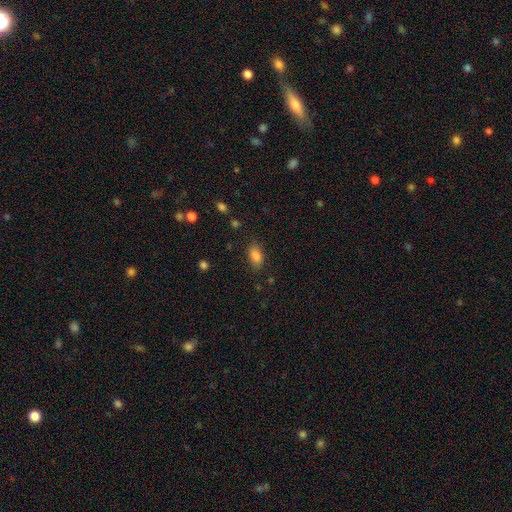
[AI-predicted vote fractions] This appears to be a smooth galaxy with no disk features (84%) that is in between round and cigar-shaped (88%). Merging: none (82%).